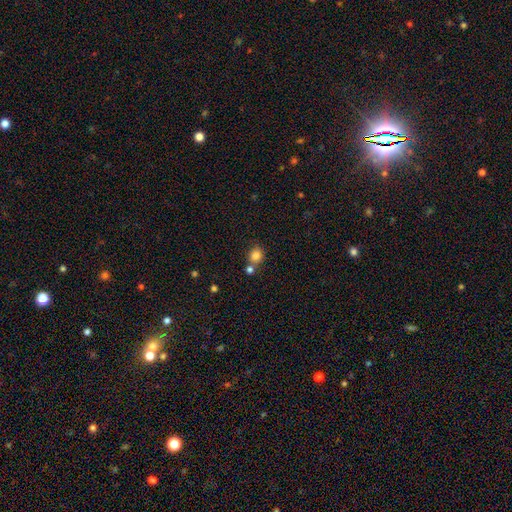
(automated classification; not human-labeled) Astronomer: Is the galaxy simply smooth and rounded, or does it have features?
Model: smooth — 83%.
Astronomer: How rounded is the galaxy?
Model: round — 81%.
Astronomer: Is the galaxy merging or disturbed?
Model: none — 61%.